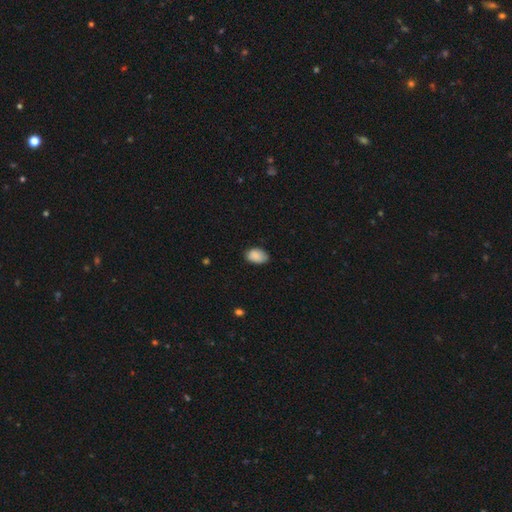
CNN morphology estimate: Smooth or featured?
  - smooth: 88% *
  - star or artifact: 7%
  - featured or disk: 5%
How rounded?
  - in between: 88% *
  - round: 11%
  - cigar-shaped: 1%
Merging?
  - none: 72% *
  - minor disturbance: 24%
  - major disturbance: 3%
  - merger: 1%